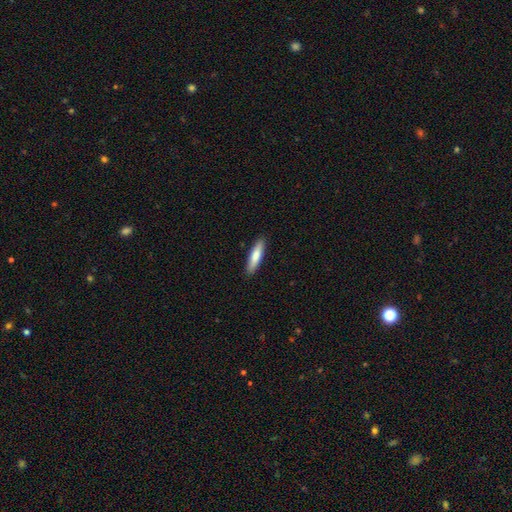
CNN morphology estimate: Smooth or featured? smooth (78%)
How rounded? cigar-shaped (75%)
Merging? none (90%)